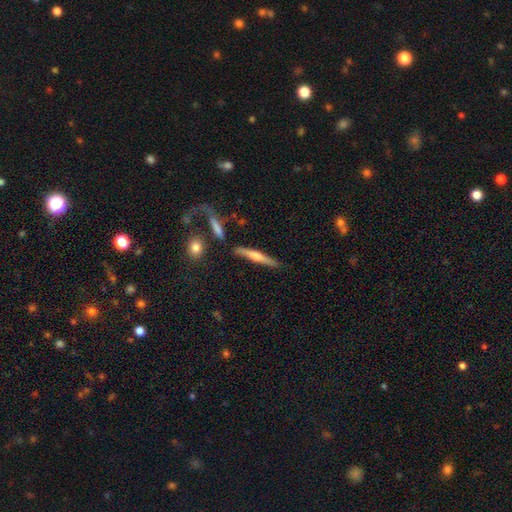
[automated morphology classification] smooth_or_featured: featured or disk (p=0.62) [alt: smooth p=0.31]
disk_edge_on: yes (p=0.95) [alt: no p=0.05]
edge_on_bulge: rounded (p=0.79) [alt: none p=0.13]
merging: none (p=0.81) [alt: minor disturbance p=0.11]